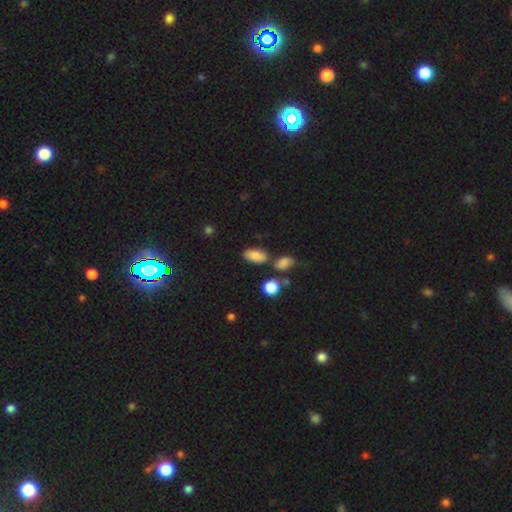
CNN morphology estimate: The model was most divided on "merging": none: 70%, minor disturbance: 15%, merger: 11%, major disturbance: 4%. More confident: how rounded — in between (90%); smooth or featured — smooth (83%).